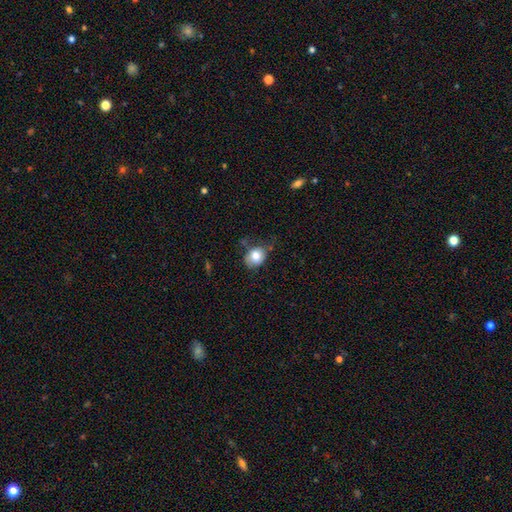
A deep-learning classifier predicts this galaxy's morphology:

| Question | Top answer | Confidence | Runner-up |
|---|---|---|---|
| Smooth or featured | smooth | 78% | featured or disk (13%) |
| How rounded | round | 50% | in between (49%) |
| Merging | none | 55% | minor disturbance (31%) |